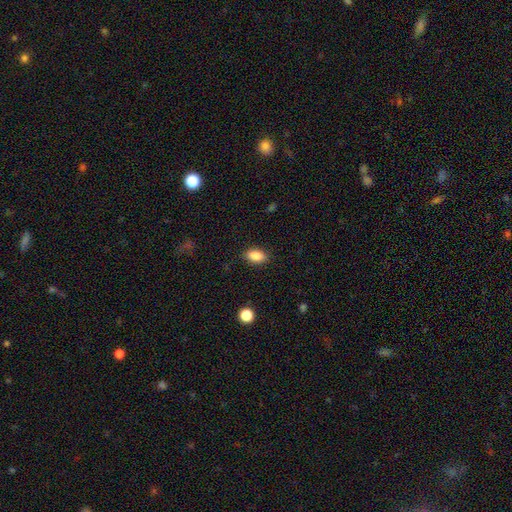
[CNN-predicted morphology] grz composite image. It shows a smooth galaxy with no disk features (87%) that is in between round and cigar-shaped (89%). Merging: none (86%).